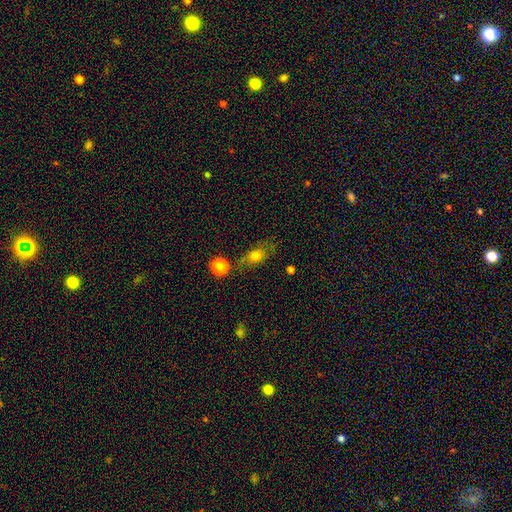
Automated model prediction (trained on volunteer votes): Overall: smooth (73%). How rounded: in between (69%). Merging: none (58%; minor disturbance 23%).